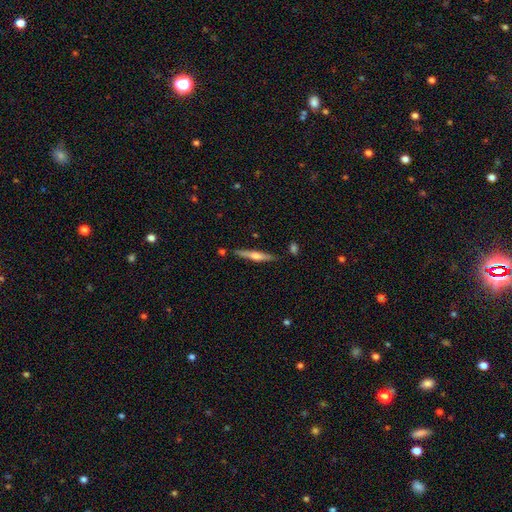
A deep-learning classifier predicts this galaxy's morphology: Smooth or featured: featured or disk — 57% (smooth — 38%)
Edge-on disk: yes — 97% (no — 3%)
Edge-on bulge: rounded — 78% (none — 12%)
Merging: none — 83% (minor disturbance — 11%)